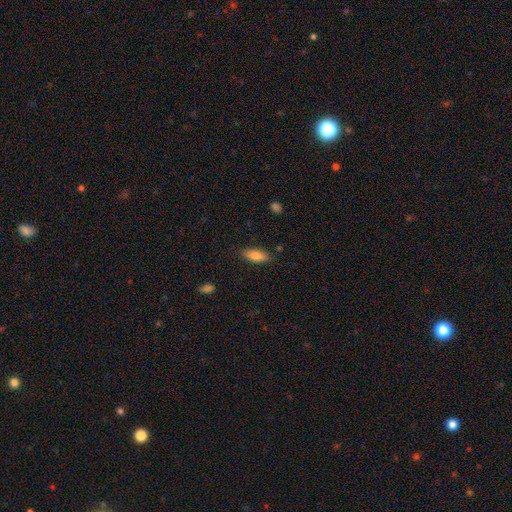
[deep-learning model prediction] The model was most divided on "how rounded": in between: 78%, cigar-shaped: 20%, round: 2%. More confident: merging — none (84%); smooth or featured — smooth (80%).